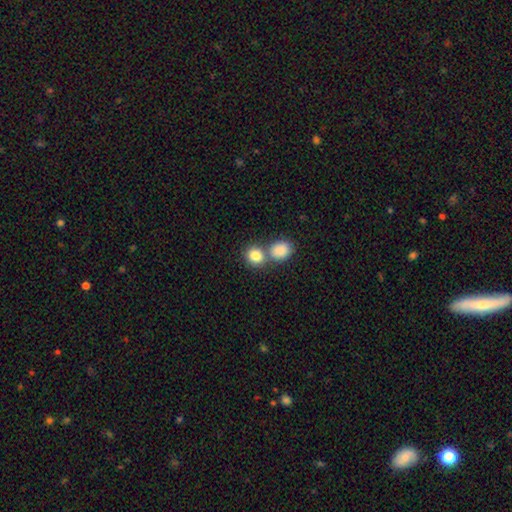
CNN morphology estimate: A smooth galaxy with no disk features (84%) that is round (72%). Merging: none (46%).